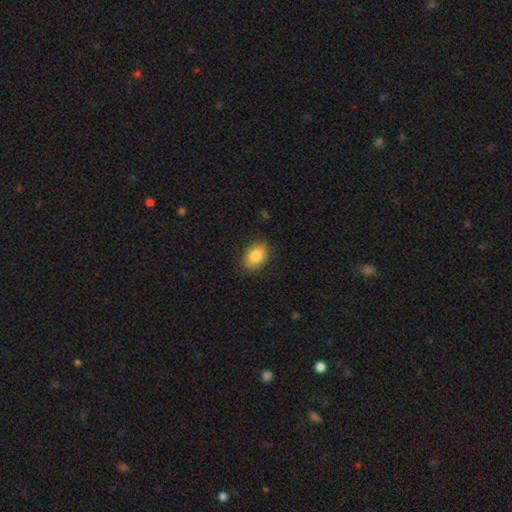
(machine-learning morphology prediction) This appears to be a smooth galaxy with no disk features (83%) that is in between round and cigar-shaped (78%). Merging: none (85%).